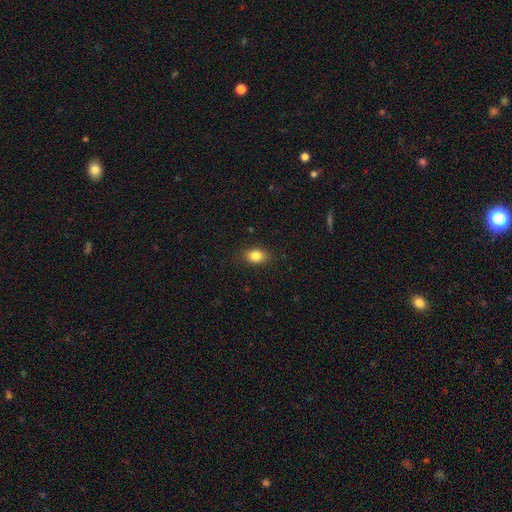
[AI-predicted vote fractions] Q: Smooth or featured?
A: smooth (84%); runner-up: star or artifact (9%)
Q: How rounded?
A: in between (75%); runner-up: round (23%)
Q: Merging?
A: none (85%); runner-up: minor disturbance (11%)